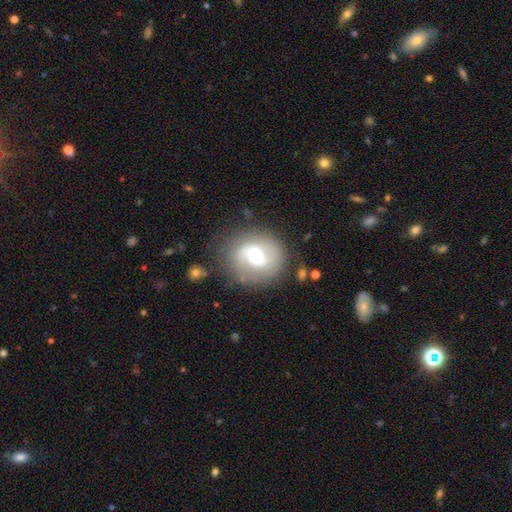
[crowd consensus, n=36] Smooth or featured? featured or disk (75%)
Edge-on disk? no (100%)
Bar? no (52%)
Spiral arms? yes (85%)
Spiral winding? loose (52%)
Spiral arm count? 2 (91%)
Bulge size? moderate (52%)
Merging? none (82%)